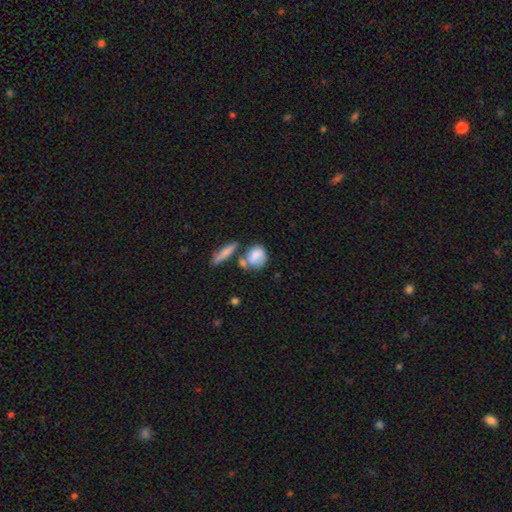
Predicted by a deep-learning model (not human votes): Smooth or featured?
  - smooth: 72% *
  - featured or disk: 20%
  - star or artifact: 7%
How rounded?
  - in between: 47% *
  - round: 46%
  - cigar-shaped: 6%
Merging?
  - none: 41% *
  - merger: 31%
  - minor disturbance: 18%
  - major disturbance: 9%